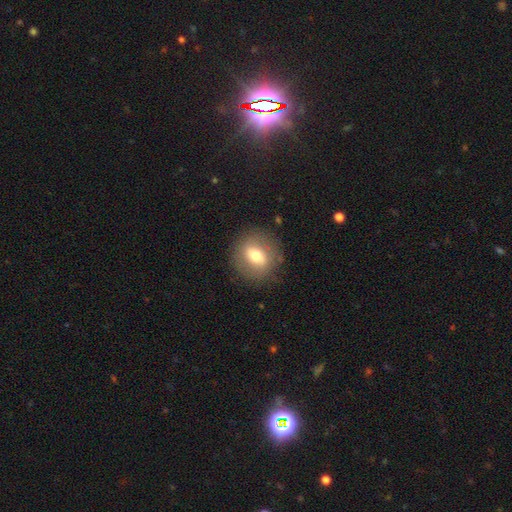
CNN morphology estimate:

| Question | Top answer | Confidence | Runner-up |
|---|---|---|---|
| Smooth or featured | smooth | 60% | featured or disk (31%) |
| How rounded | round | 76% | in between (22%) |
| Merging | none | 84% | minor disturbance (11%) |